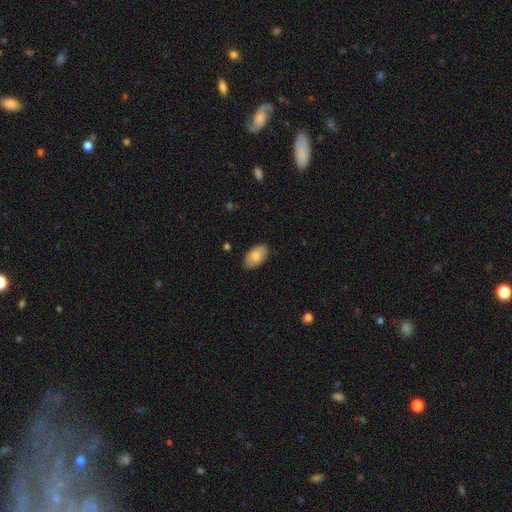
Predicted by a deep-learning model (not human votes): smooth_or_featured: smooth (p=0.82) [alt: featured or disk p=0.12]
how_rounded: in between (p=0.95) [alt: round p=0.04]
merging: none (p=0.88) [alt: minor disturbance p=0.09]